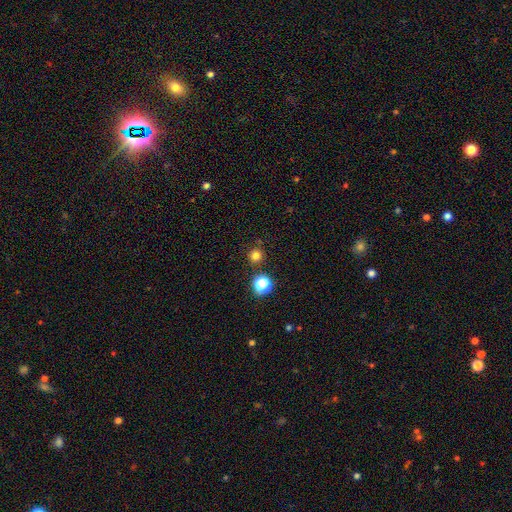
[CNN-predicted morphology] smooth 78%, star or artifact 17%, featured or disk 5%. Down the decision tree: how rounded — round (95%); merging — none (87%).